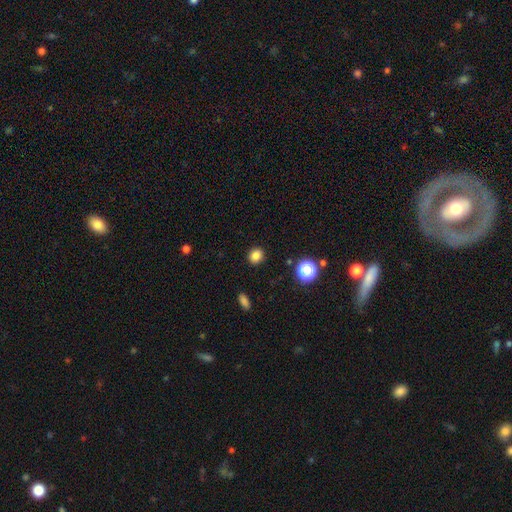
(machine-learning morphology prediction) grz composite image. It shows a smooth galaxy with no disk features (83%) that is round (79%). Merging: none (91%).